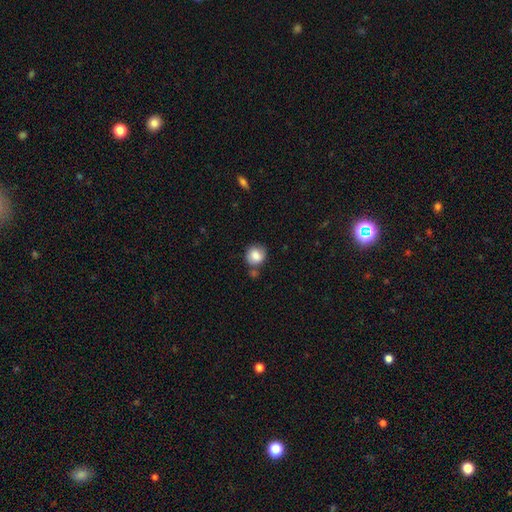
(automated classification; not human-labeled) Smooth or featured? smooth (82%)
How rounded? round (84%)
Merging? none (66%)